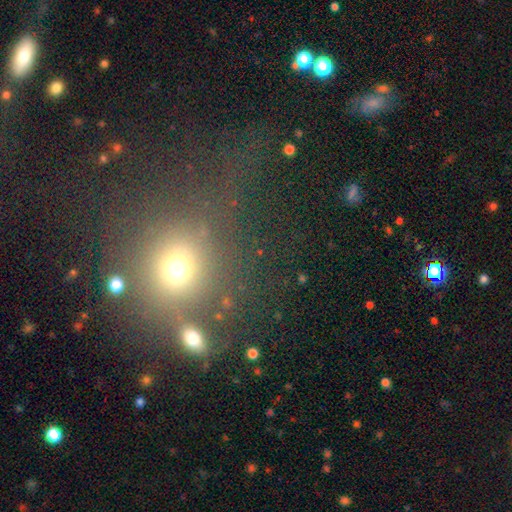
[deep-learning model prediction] The model was most divided on "smooth or featured": smooth: 51%, star or artifact: 37%, featured or disk: 12%. More confident: how rounded — round (81%); merging — none (62%).